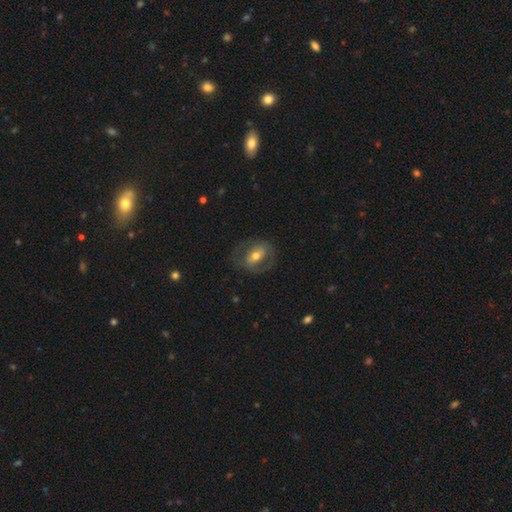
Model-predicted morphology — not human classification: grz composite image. It shows a featured or disk galaxy (56%) with no bar (43%), no spiral arms (58%) and a moderate central bulge (68%). Merging: none (69%).